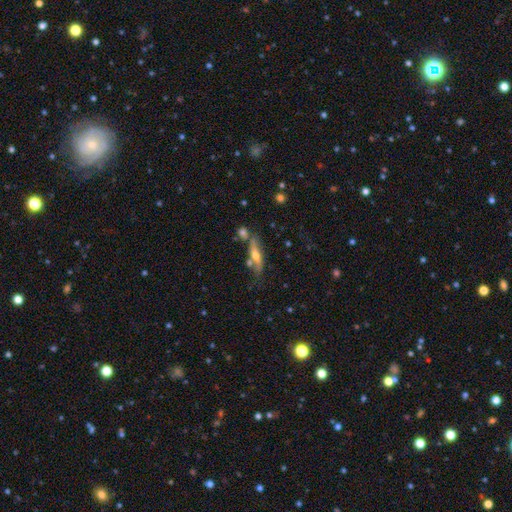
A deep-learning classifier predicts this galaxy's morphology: Overall: featured or disk (58%; smooth 34%). Edge-on disk: yes (75%). Merging: none (58%; minor disturbance 19%).